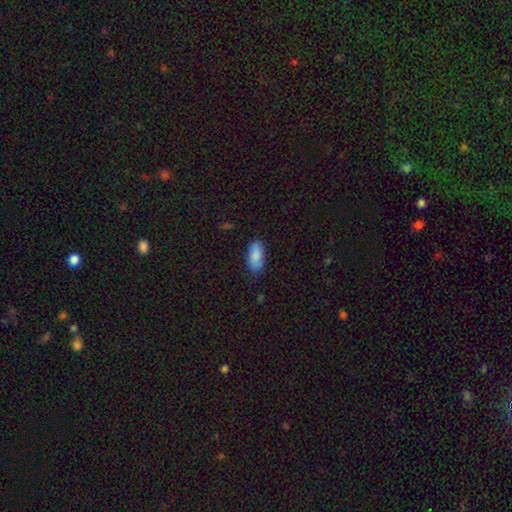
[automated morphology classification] This appears to be a smooth galaxy with no disk features (85%) that is in between round and cigar-shaped (89%). Merging: none (76%).